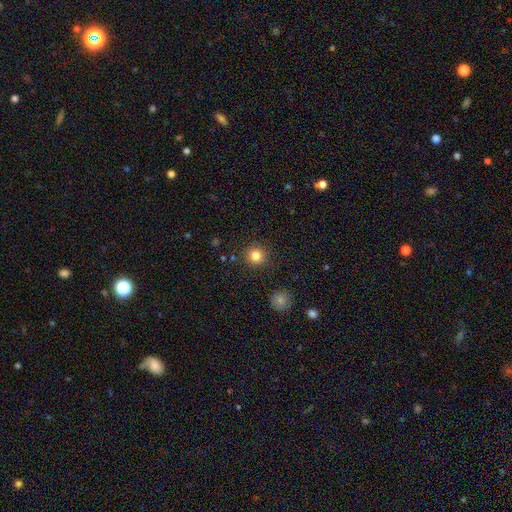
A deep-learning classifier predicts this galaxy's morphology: Smooth or featured? smooth (82%)
How rounded? round (94%)
Merging? none (90%)